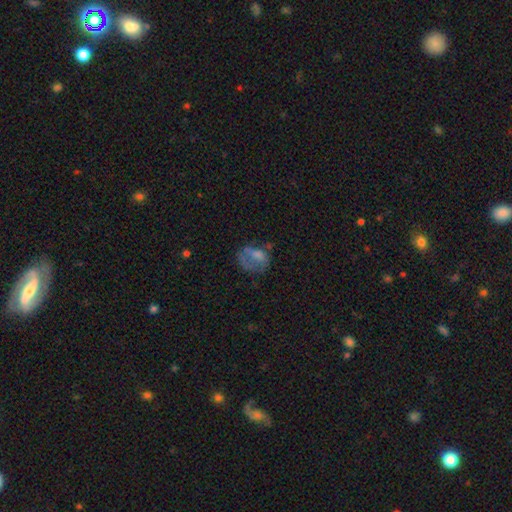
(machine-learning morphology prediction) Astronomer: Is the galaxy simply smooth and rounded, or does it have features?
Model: smooth — 52% (runner-up: featured or disk, 36%).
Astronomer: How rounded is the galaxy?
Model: in between — 56% (runner-up: round, 42%).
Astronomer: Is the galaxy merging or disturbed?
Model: major disturbance — 39% (runner-up: none, 32%).